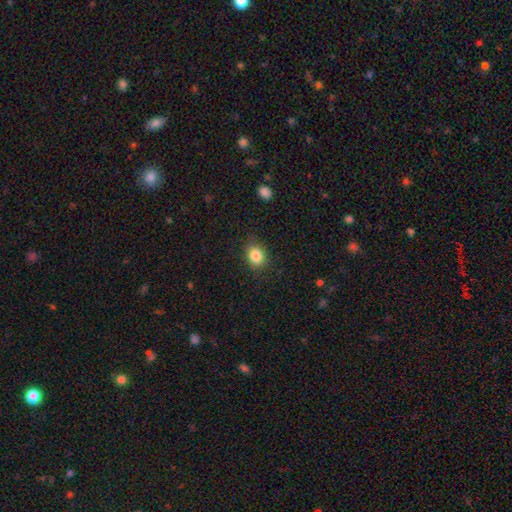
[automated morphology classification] A smooth galaxy with no disk features (85%) that is in between round and cigar-shaped (56%). Merging: none (85%).